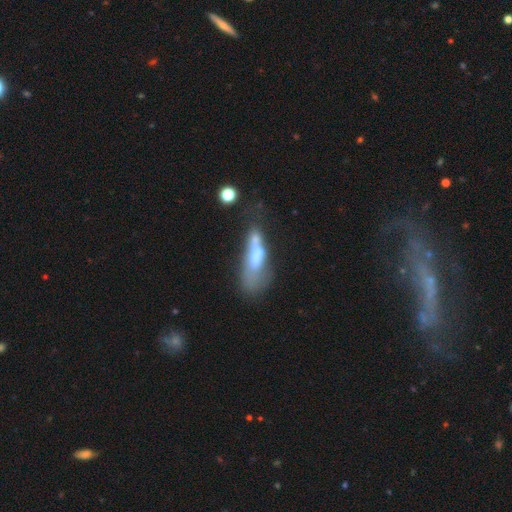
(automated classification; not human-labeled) A smooth galaxy with no disk features (50%) that is cigar-shaped (55%). Merging: merger (31%).